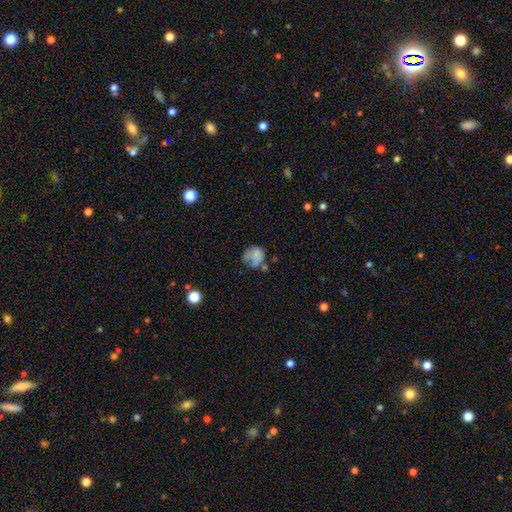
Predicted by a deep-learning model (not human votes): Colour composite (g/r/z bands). It shows a smooth galaxy with no disk features (67%) that is round (69%). Merging: none (40%).